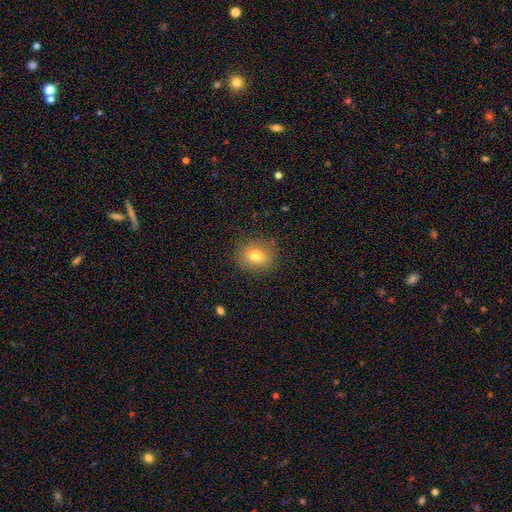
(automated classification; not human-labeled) A smooth galaxy with no disk features (76%) that is round (62%). Merging: none (84%).